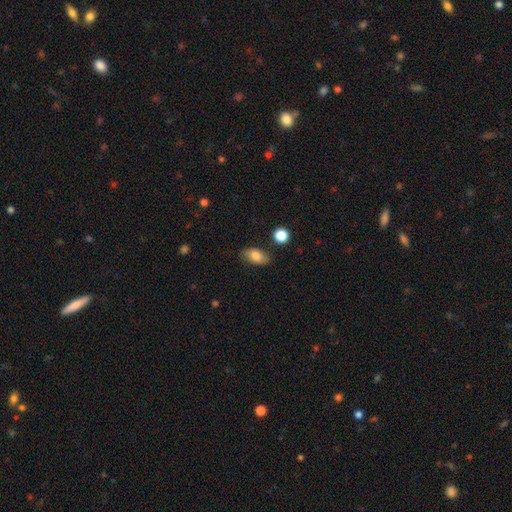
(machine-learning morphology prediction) smooth 79%, featured or disk 13%, star or artifact 8%. Down the decision tree: how rounded — in between (89%); merging — none (80%).